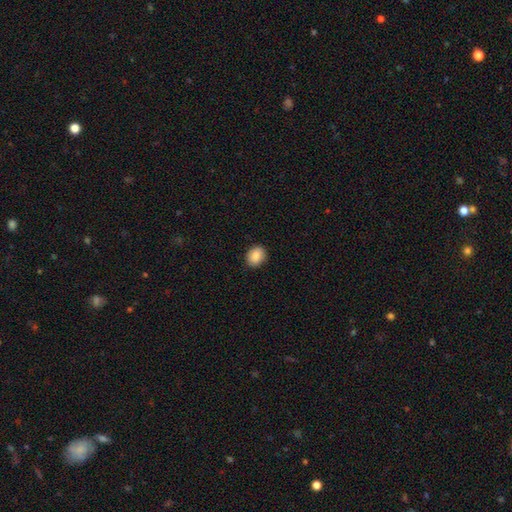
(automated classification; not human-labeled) smooth-or-featured: smooth: 88% | star or artifact: 8% | featured or disk: 4%
  how-rounded: in between: 53% | round: 46% | cigar-shaped: 1%
  merging: none: 89% | minor disturbance: 8% | major disturbance: 2% | merger: 1%